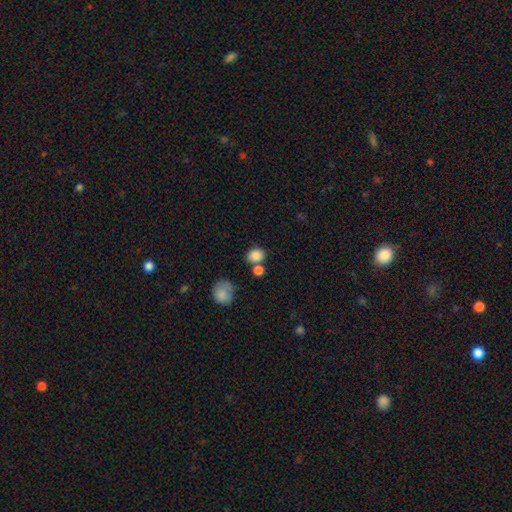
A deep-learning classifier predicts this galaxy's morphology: Smooth or featured? smooth (84%)
How rounded? round (51%)
Merging? none (60%)